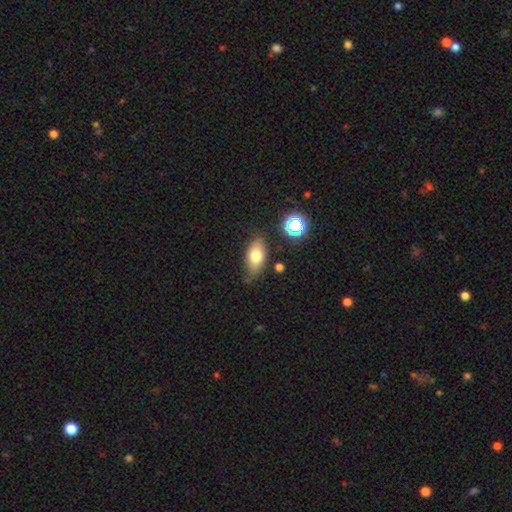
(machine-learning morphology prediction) smooth-or-featured: smooth: 74% | featured or disk: 16% | star or artifact: 10%
  how-rounded: in between: 88% | round: 6% | cigar-shaped: 5%
  merging: none: 78% | minor disturbance: 15% | merger: 4% | major disturbance: 4%